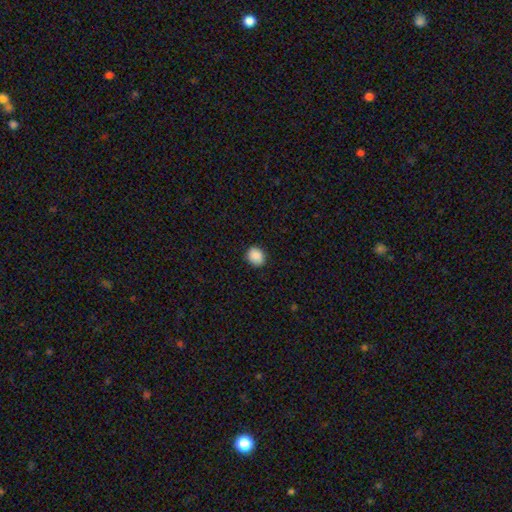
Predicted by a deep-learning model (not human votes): smooth 89%, star or artifact 8%, featured or disk 3%. Down the decision tree: how rounded — round (63%); merging — none (89%).